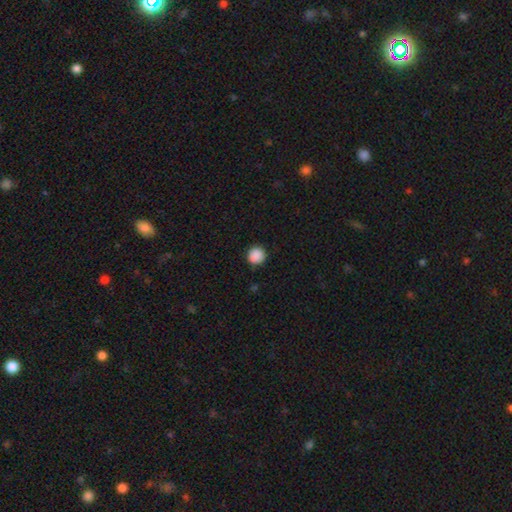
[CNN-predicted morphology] A smooth galaxy with no disk features (88%) that is round (94%).

Vote fractions:
- Smooth or featured? smooth: 88% / star or artifact: 9% / featured or disk: 2%
- How rounded? round: 94% / in between: 6% / cigar-shaped: 1%
- Merging? none: 89% / minor disturbance: 7% / major disturbance: 2% / merger: 1%